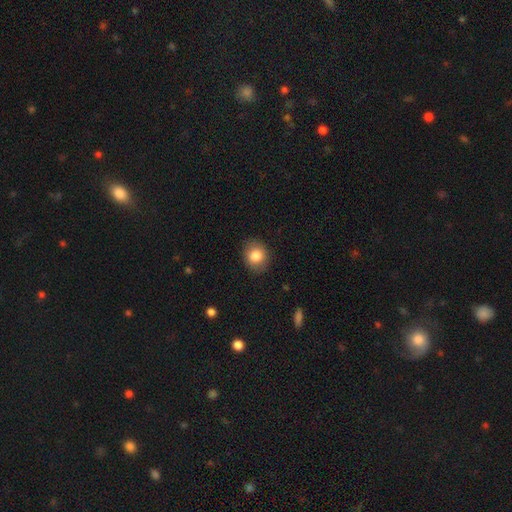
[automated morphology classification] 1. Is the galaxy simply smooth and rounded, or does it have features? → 83% smooth, 9% star or artifact, 8% featured or disk.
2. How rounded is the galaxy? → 69% round, 30% in between, 1% cigar-shaped.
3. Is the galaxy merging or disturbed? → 87% none, 9% minor disturbance, 3% major disturbance, 1% merger.